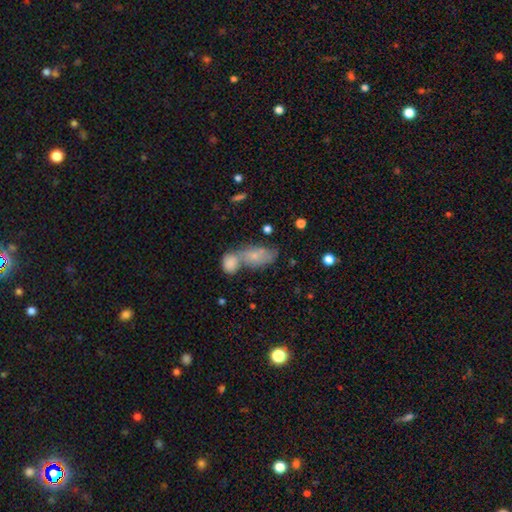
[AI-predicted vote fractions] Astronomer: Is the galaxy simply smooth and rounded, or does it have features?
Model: smooth — 68%.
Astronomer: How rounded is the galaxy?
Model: in between — 86%.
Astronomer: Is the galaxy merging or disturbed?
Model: merger — 54%.